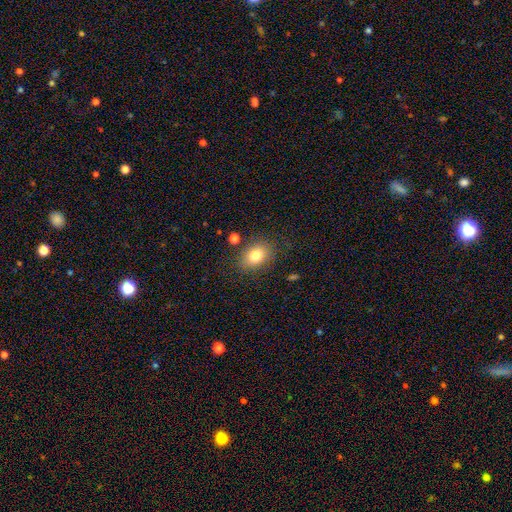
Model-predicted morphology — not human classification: Smooth or featured: smooth — 79% (featured or disk — 10%)
How rounded: in between — 68% (round — 31%)
Merging: none — 81% (minor disturbance — 12%)